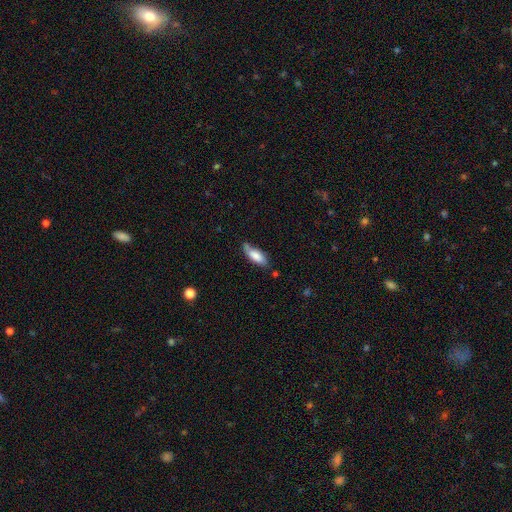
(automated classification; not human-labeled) This appears to be a smooth galaxy with no disk features (76%) that is in between round and cigar-shaped (69%). Merging: none (61%).